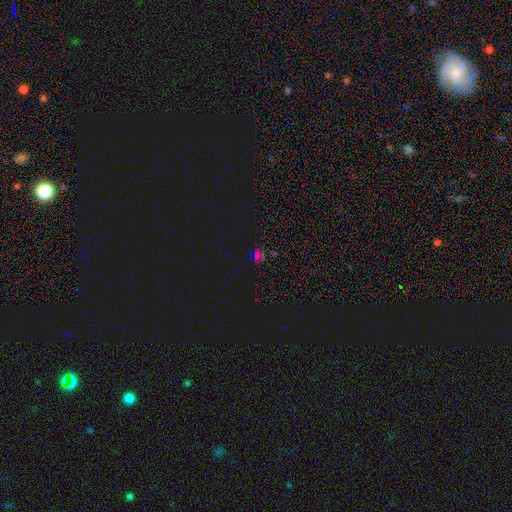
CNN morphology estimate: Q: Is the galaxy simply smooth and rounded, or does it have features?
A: star or artifact — 55%.